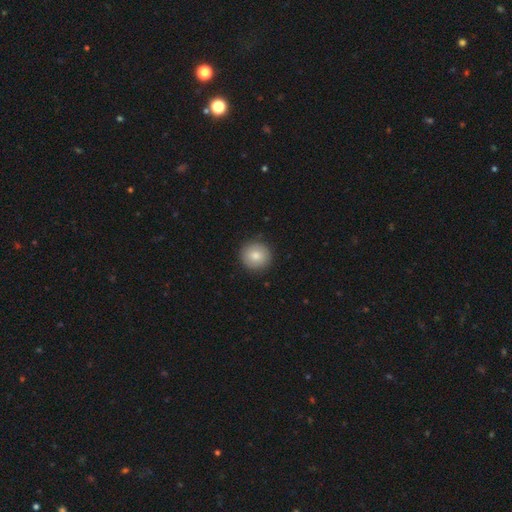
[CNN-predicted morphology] This is clearly a smooth galaxy (83%). How rounded: clearly round (93%). Merging: clearly none (90%).